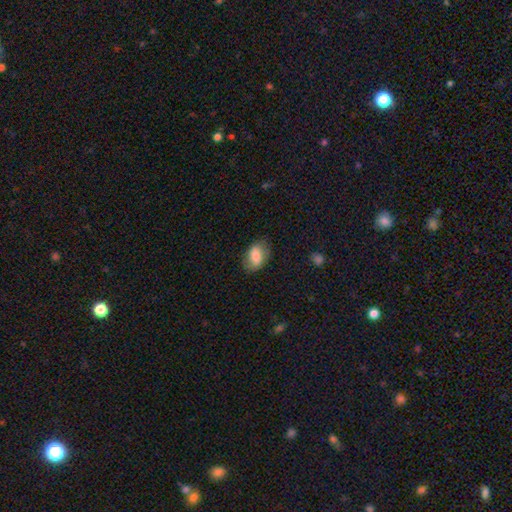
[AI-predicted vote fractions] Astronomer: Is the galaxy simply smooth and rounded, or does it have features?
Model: smooth — 74%.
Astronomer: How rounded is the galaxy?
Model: in between — 87%.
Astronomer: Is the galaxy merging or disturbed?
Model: none — 73%.